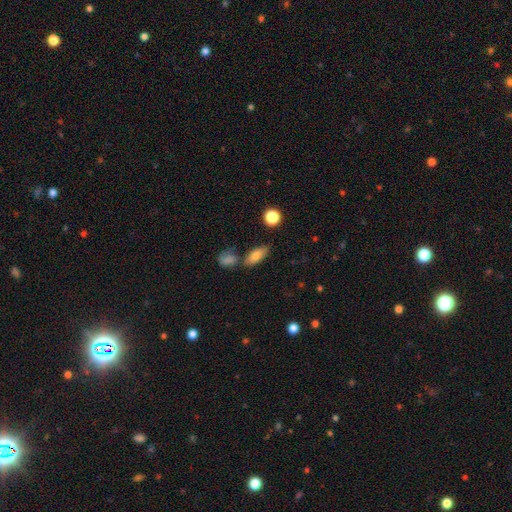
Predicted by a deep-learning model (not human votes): Smooth or featured? Predicted: smooth (p=0.76). How rounded? Predicted: in between (p=0.80). Merging? Predicted: none (p=0.67).